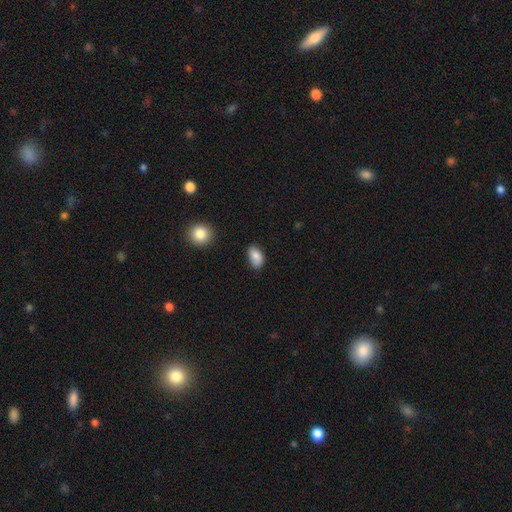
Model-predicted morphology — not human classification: Q: Smooth or featured?
A: smooth (86%); runner-up: star or artifact (7%)
Q: How rounded?
A: in between (91%); runner-up: round (7%)
Q: Merging?
A: none (81%); runner-up: minor disturbance (15%)